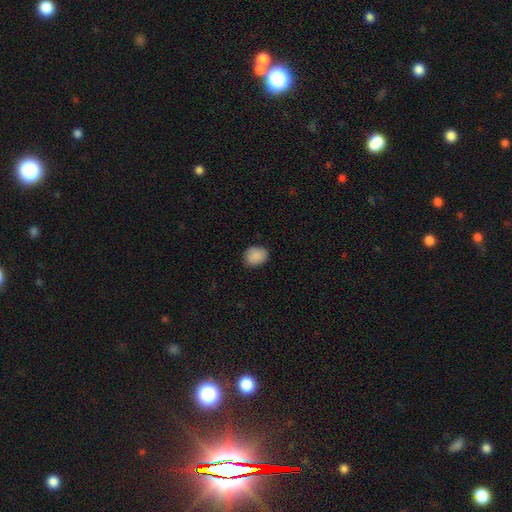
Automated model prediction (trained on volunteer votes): Q: Smooth or featured?
A: smooth (89%); runner-up: star or artifact (8%)
Q: How rounded?
A: in between (52%); runner-up: round (47%)
Q: Merging?
A: none (85%); runner-up: minor disturbance (12%)